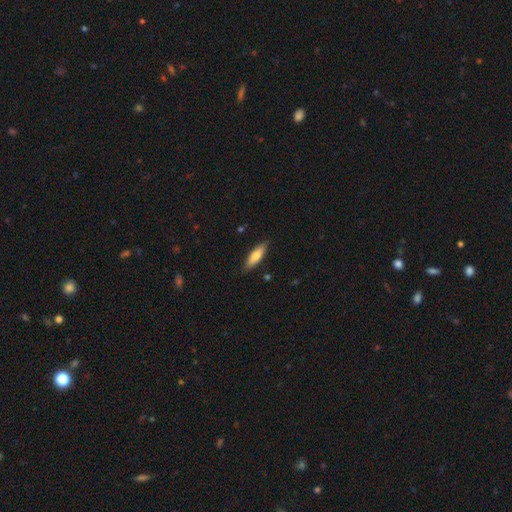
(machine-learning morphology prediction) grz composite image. It shows a smooth galaxy with no disk features (73%) that is cigar-shaped (58%). Merging: none (86%).